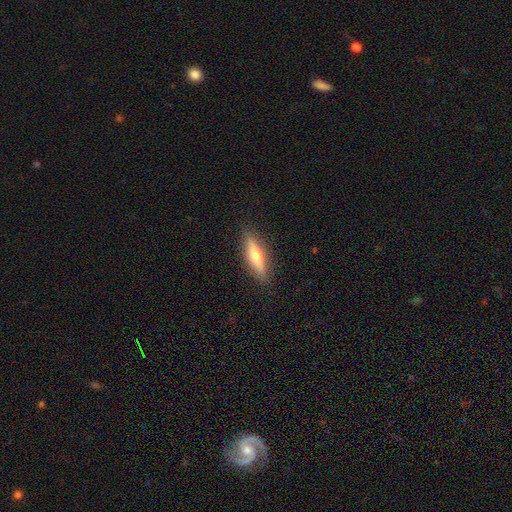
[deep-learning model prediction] Smooth or featured: featured or disk — 48% (smooth — 46%)
Merging: none — 89% (minor disturbance — 8%)